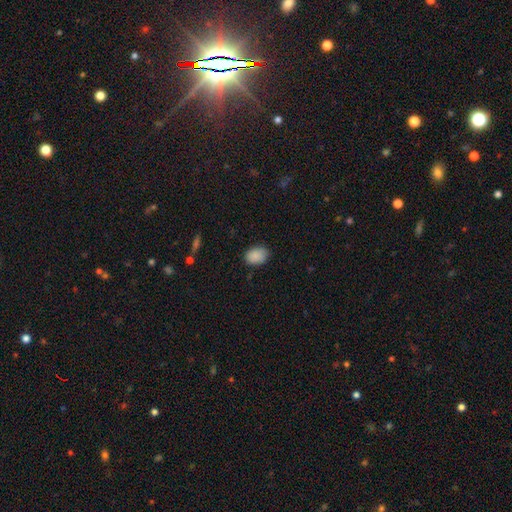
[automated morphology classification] Smooth or featured? Predicted: smooth (p=0.89). How rounded? Predicted: in between (p=0.78). Merging? Predicted: none (p=0.80).